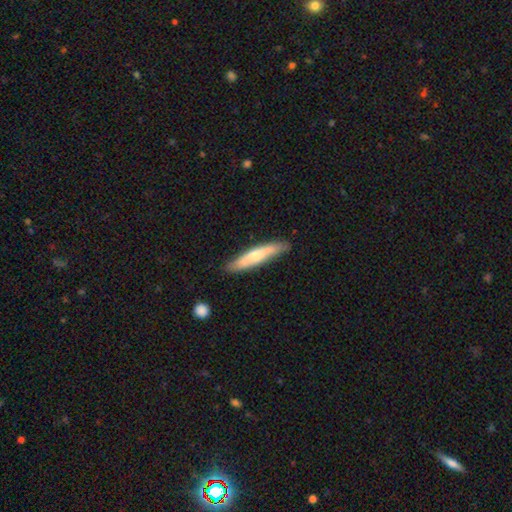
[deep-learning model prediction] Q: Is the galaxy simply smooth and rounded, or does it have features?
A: smooth — 59%.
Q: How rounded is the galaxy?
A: cigar-shaped — 87%.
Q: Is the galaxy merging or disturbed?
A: none — 84%.